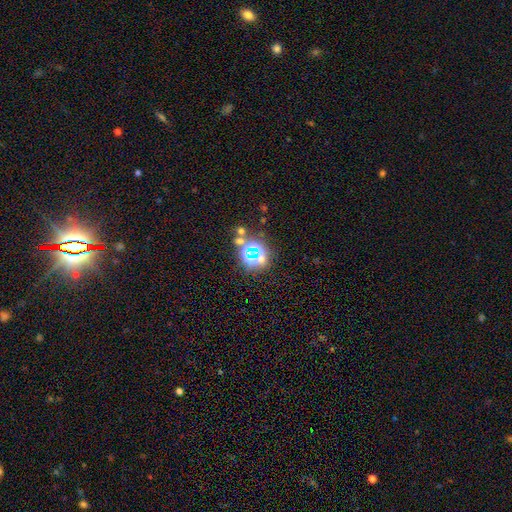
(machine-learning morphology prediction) The model was most divided on "smooth or featured": star or artifact: 66%, smooth: 23%, featured or disk: 11%.